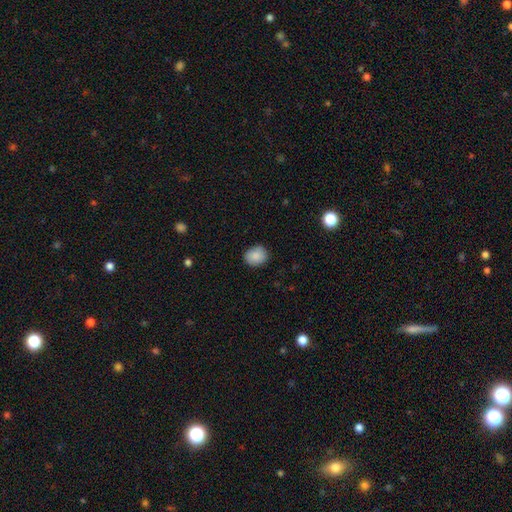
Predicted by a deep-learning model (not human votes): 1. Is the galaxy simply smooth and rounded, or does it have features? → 88% smooth, 8% star or artifact, 4% featured or disk.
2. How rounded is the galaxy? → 62% round, 38% in between, 1% cigar-shaped.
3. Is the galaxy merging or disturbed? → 86% none, 11% minor disturbance, 2% major disturbance, 1% merger.